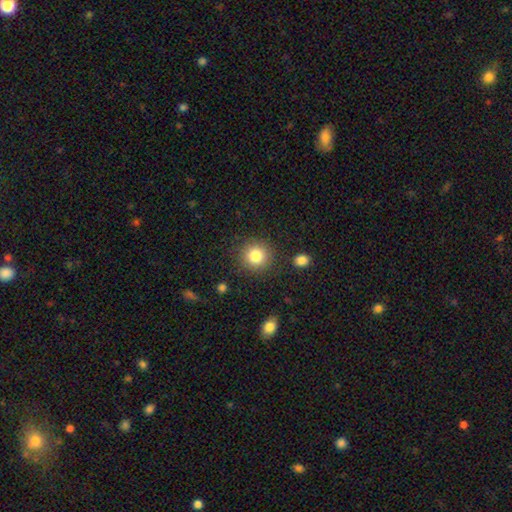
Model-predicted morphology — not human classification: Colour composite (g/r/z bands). It shows a smooth galaxy with no disk features (83%) that is round (92%). Merging: none (86%).